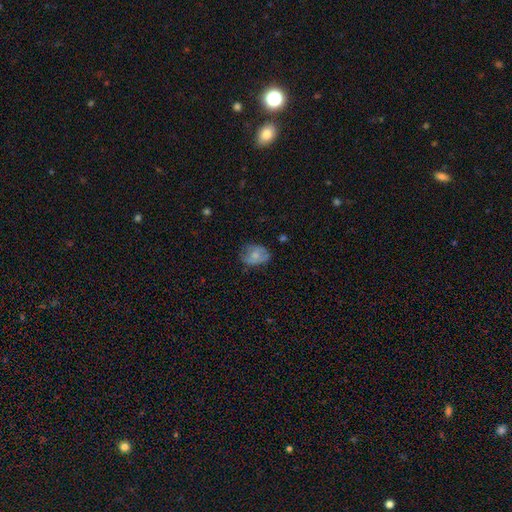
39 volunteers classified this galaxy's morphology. Smooth or featured? smooth (51%)
How rounded? in between (60%)
Merging? none (49%)